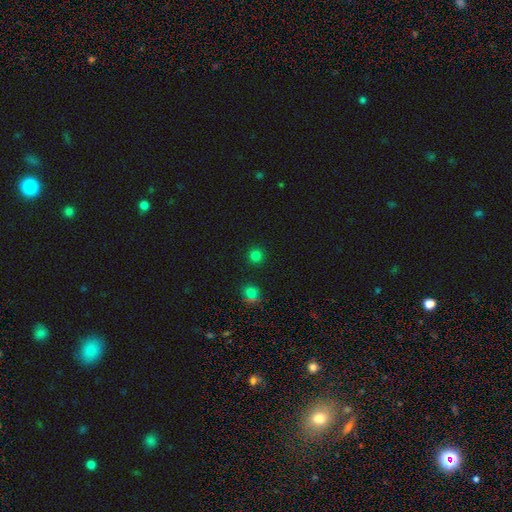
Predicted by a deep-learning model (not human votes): Smooth or featured? smooth (77%)
How rounded? round (95%)
Merging? none (91%)